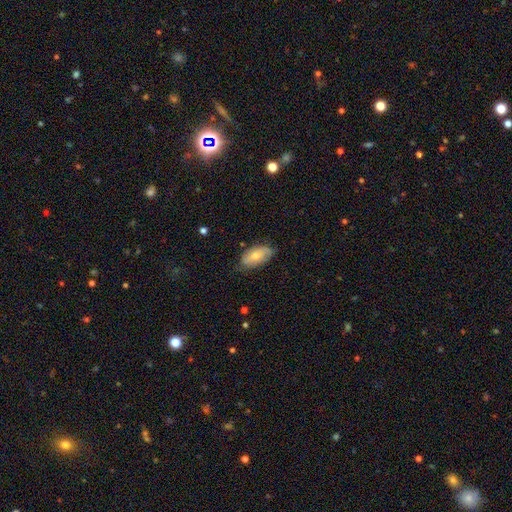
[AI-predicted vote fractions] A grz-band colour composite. It shows a smooth galaxy with no disk features (57%) that is in between round and cigar-shaped (92%). Merging: none (71%).